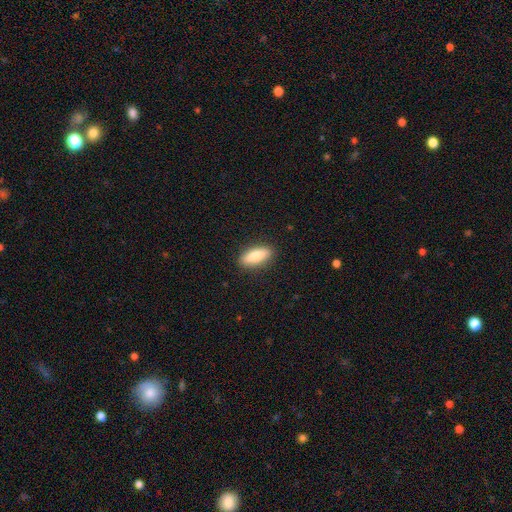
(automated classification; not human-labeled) Smooth or featured? smooth (83%)
How rounded? in between (70%)
Merging? none (89%)